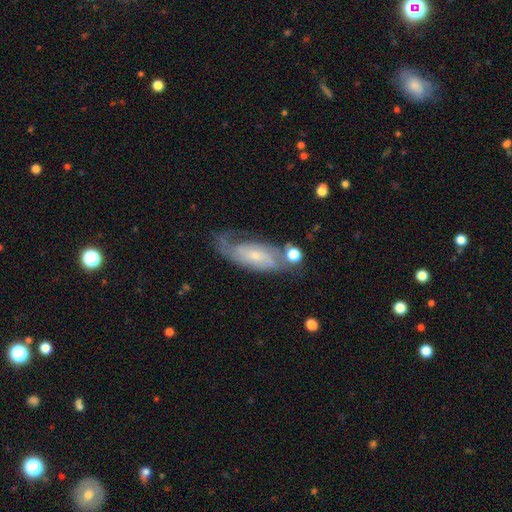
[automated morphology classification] Smooth or featured: featured or disk — 70% (smooth — 23%)
Edge-on disk: no — 90% (yes — 10%)
Bar: no — 60% (weak — 32%)
Spiral arms: yes — 90% (no — 10%)
Spiral winding: medium — 41% (tight — 38%)
Spiral arm count: 2 — 53% (can't tell — 25%)
Bulge size: small — 67% (moderate — 23%)
Merging: none — 52% (minor disturbance — 24%)